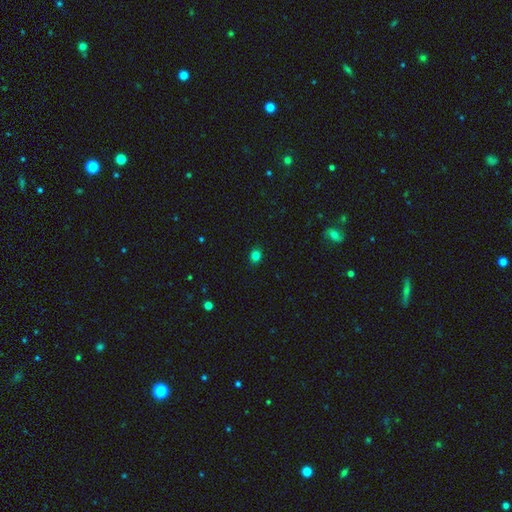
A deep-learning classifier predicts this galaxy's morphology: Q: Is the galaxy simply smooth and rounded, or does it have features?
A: smooth — 80%.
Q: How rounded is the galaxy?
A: round — 65%.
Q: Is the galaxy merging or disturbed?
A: none — 89%.